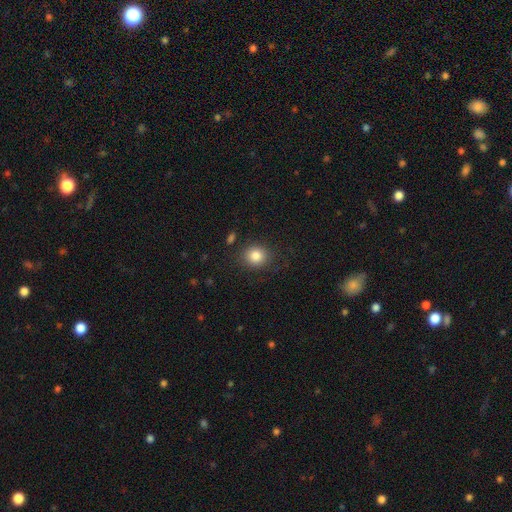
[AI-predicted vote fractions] Morphology: type=smooth (84%); roundness=round (76%); merging=none (84%).